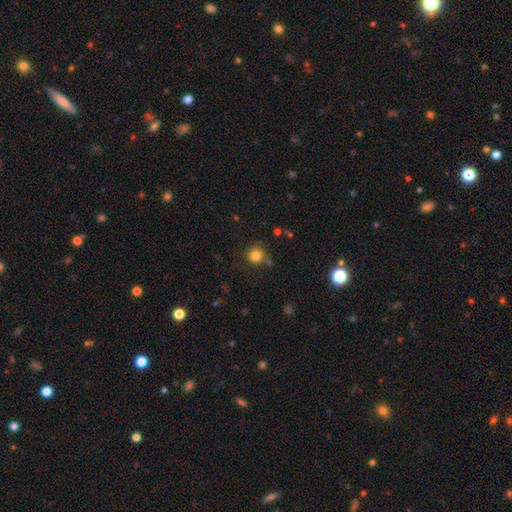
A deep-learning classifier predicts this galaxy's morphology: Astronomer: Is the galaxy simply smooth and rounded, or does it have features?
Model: smooth — 81%.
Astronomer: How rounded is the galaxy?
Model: round — 91%.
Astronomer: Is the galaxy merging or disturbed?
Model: none — 76%.